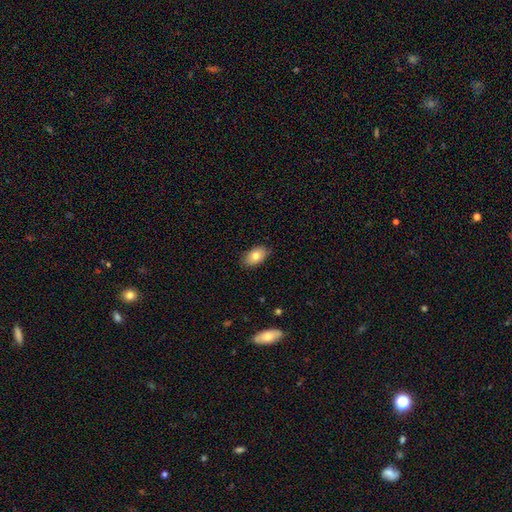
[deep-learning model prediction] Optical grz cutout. It shows a smooth galaxy with no disk features (78%) that is in between round and cigar-shaped (90%). Merging: none (84%).